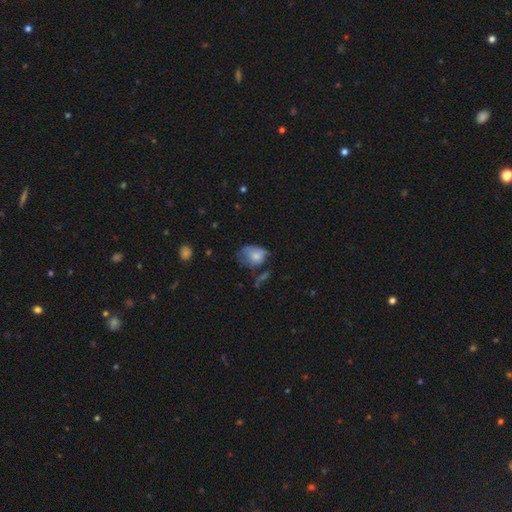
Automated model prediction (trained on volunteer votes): This is likely a smooth galaxy (69%). How rounded: likely in between (69%). Merging: marginally minor disturbance (36%).